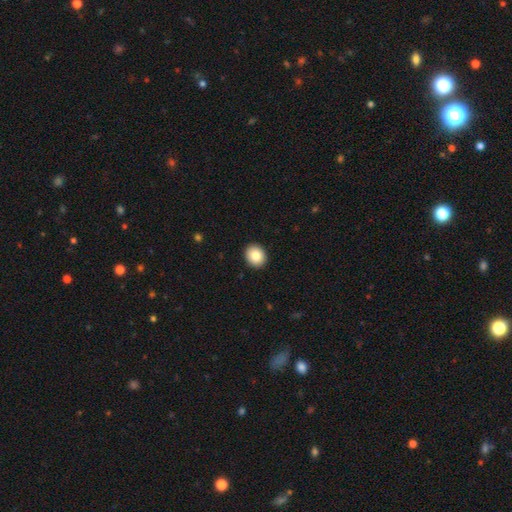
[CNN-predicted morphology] Smooth or featured?
  - smooth: 84% *
  - star or artifact: 8%
  - featured or disk: 8%
How rounded?
  - round: 75% *
  - in between: 24%
  - cigar-shaped: 1%
Merging?
  - none: 92% *
  - minor disturbance: 5%
  - major disturbance: 1%
  - merger: 1%